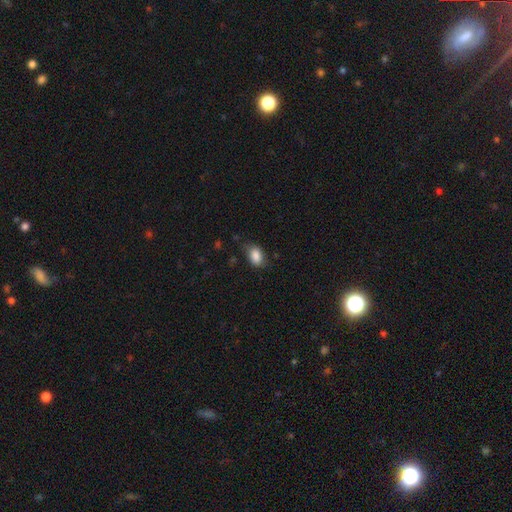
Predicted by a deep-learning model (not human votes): Smooth or featured? smooth (86%)
How rounded? in between (84%)
Merging? none (69%)